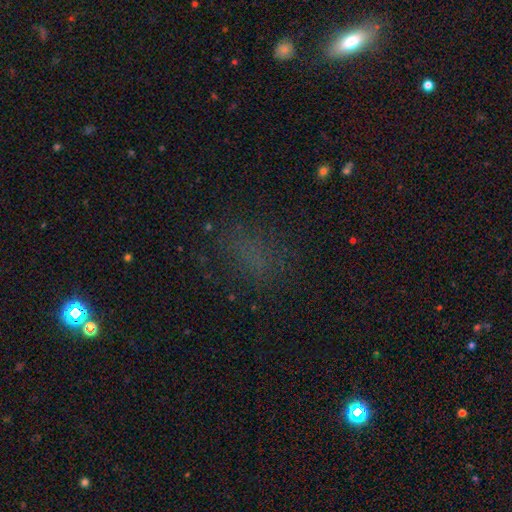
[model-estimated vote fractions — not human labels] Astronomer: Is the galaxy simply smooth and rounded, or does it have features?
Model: smooth — 52% (runner-up: star or artifact, 35%).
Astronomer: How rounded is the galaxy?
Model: in between — 65%.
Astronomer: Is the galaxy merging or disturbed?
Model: none — 72%.